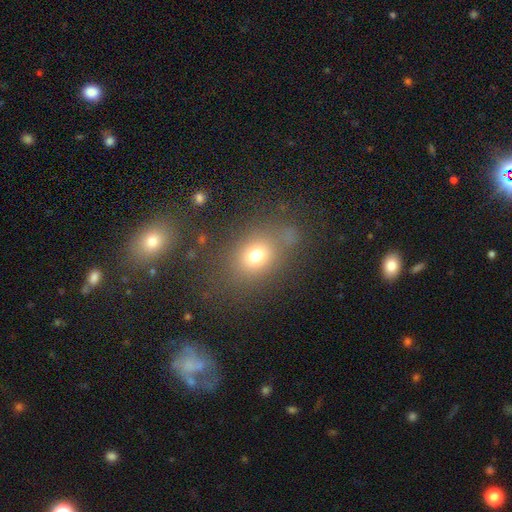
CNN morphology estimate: A smooth galaxy with no disk features (71%) that is in between round and cigar-shaped (51%).

Vote fractions:
- Smooth or featured? smooth: 71% / star or artifact: 16% / featured or disk: 12%
- How rounded? in between: 51% / round: 46% / cigar-shaped: 2%
- Merging? none: 65% / minor disturbance: 16% / major disturbance: 13% / merger: 6%